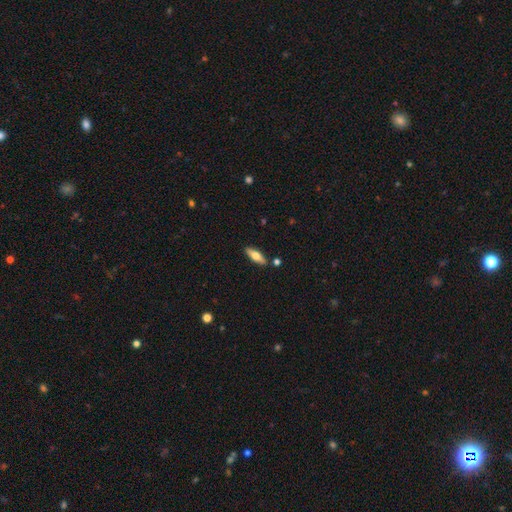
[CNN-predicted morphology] A smooth galaxy with no disk features (55%) that is in between round and cigar-shaped (50%). Merging: none (86%).